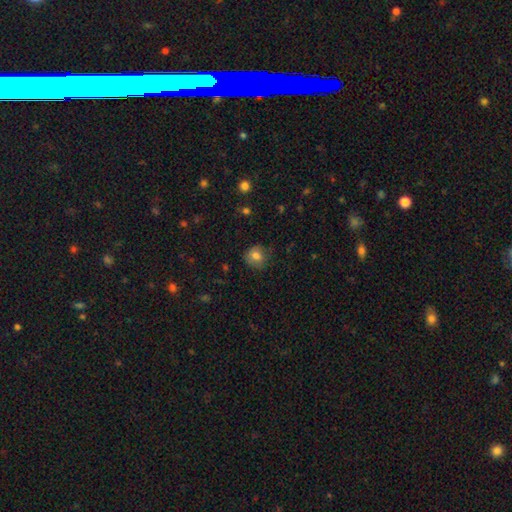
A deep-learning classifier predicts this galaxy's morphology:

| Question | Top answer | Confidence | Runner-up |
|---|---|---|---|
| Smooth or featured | smooth | 80% | star or artifact (10%) |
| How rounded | round | 82% | in between (17%) |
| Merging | none | 76% | minor disturbance (18%) |